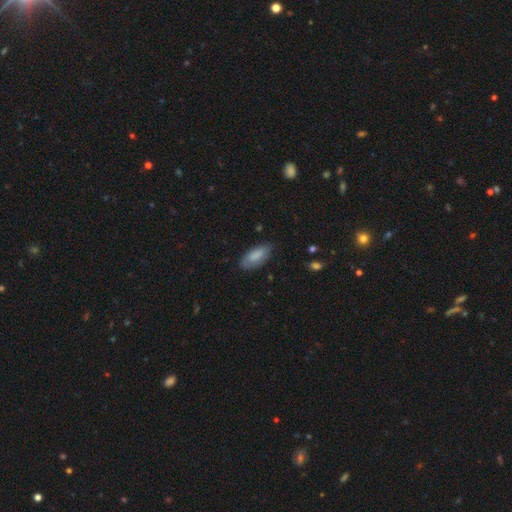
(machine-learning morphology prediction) A smooth galaxy with no disk features (84%) that is in between round and cigar-shaped (83%).

Vote fractions:
- Smooth or featured? smooth: 84% / featured or disk: 10% / star or artifact: 6%
- How rounded? in between: 83% / cigar-shaped: 15% / round: 2%
- Merging? none: 75% / minor disturbance: 20% / major disturbance: 4% / merger: 1%